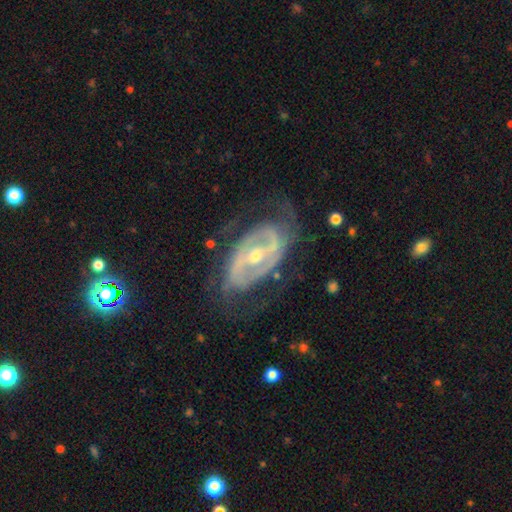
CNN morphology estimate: The model was most divided on "bulge size": small: 50%, moderate: 47%, large: 2%, none: 1%, dominant: 1%. Remaining: edge-on disk — no (94%); smooth or featured — featured or disk (86%); spiral arms — yes (82%); spiral arm count — 2 (63%); merging — none (63%); bar — strong (48%); spiral winding — tight (45%).